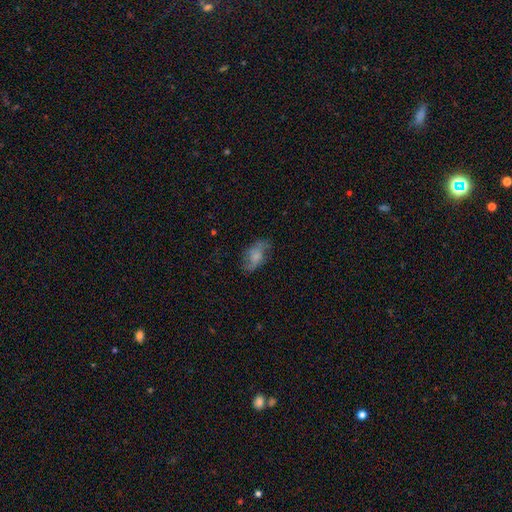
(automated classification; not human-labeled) Morphology: type=smooth (57%); roundness=in between (89%); merging=none (61%).